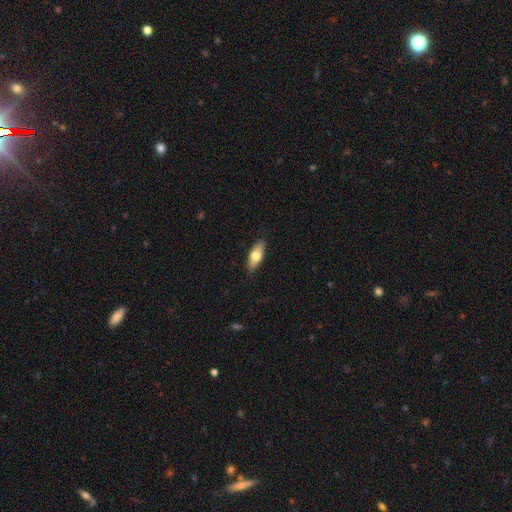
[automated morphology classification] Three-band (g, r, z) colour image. It shows a smooth galaxy with no disk features (69%) that is in between round and cigar-shaped (72%). Merging: none (87%).